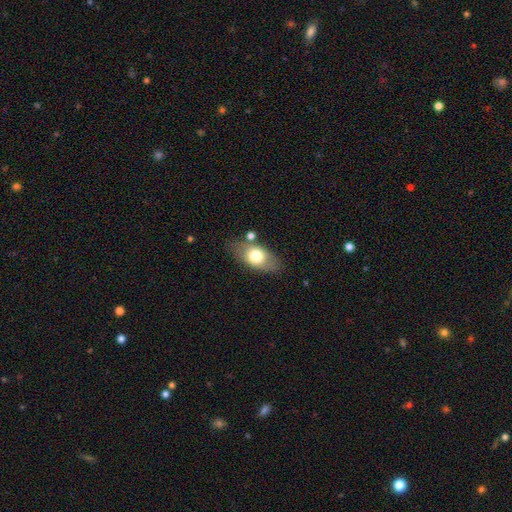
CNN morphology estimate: Q: Smooth or featured?
A: smooth (67%); runner-up: featured or disk (26%)
Q: How rounded?
A: in between (86%); runner-up: round (10%)
Q: Merging?
A: none (71%); runner-up: minor disturbance (17%)